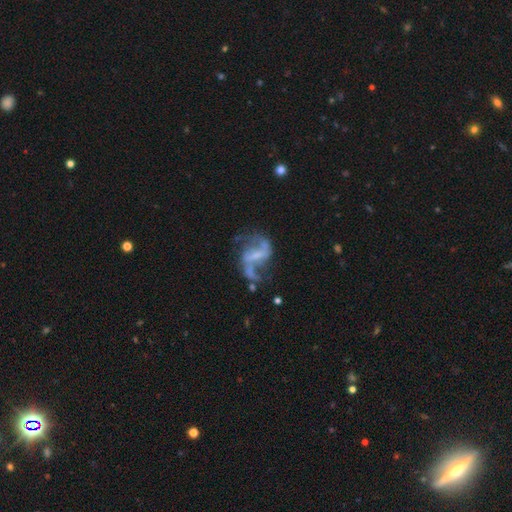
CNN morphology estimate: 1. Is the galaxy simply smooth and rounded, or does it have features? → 84% featured or disk, 8% smooth, 7% star or artifact.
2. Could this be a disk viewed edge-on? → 97% no, 3% yes.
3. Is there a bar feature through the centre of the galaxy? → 44% strong, 40% weak, 16% no.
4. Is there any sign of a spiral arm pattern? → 90% yes, 10% no.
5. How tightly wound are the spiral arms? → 66% loose, 28% medium, 6% tight.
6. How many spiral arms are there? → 86% 2, 5% can't tell, 4% 1, 3% 3, 1% 4, 1% more than 4.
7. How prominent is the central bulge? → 49% small, 30% none, 18% moderate, 2% large, 1% dominant.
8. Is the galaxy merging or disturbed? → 54% none, 21% major disturbance, 18% minor disturbance, 6% merger.